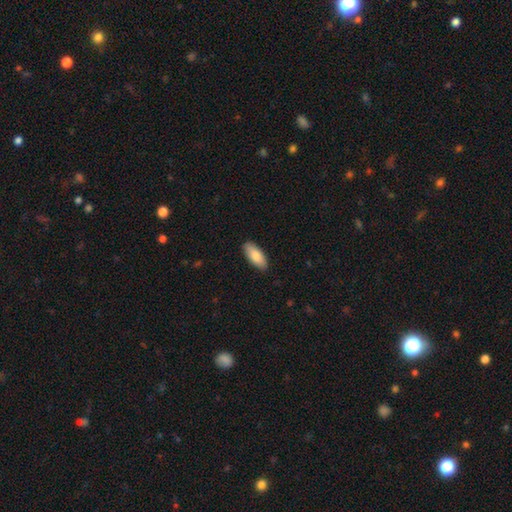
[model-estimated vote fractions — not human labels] Overall: smooth (85%). How rounded: in between (84%). Merging: none (89%).